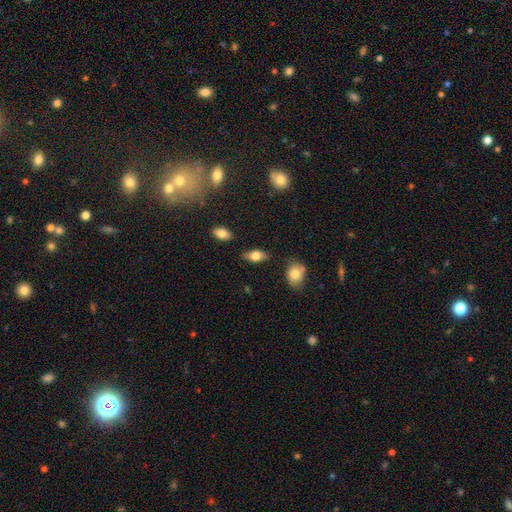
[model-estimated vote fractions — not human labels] smooth-or-featured: smooth: 68% | featured or disk: 24% | star or artifact: 8%
  how-rounded: in between: 85% | cigar-shaped: 9% | round: 6%
  merging: none: 80% | minor disturbance: 14% | major disturbance: 3% | merger: 3%